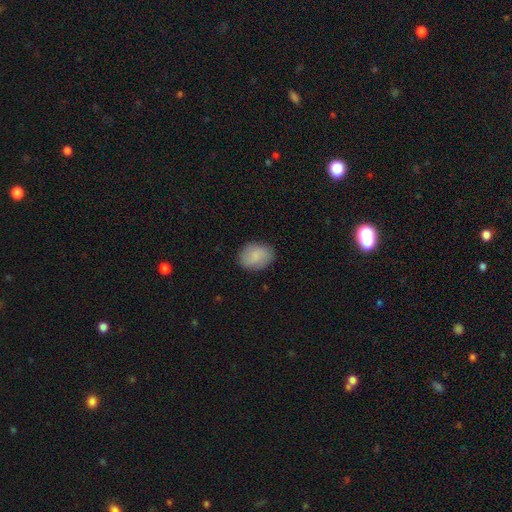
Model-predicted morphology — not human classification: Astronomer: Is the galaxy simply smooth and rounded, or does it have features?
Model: smooth — 84%.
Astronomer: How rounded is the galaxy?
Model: in between — 67%.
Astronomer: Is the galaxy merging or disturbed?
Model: none — 85%.